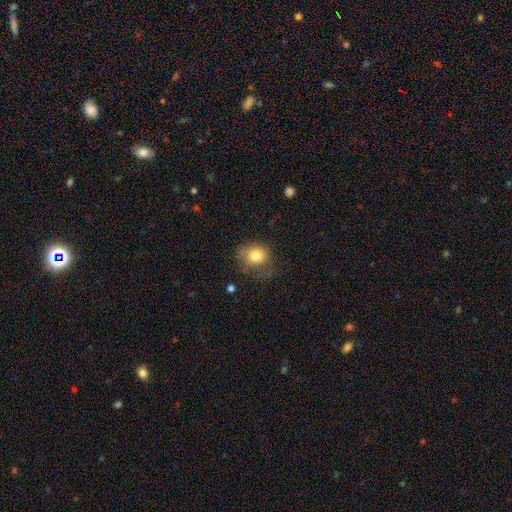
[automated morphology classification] The model was most divided on "merging": none: 60%, minor disturbance: 26%, major disturbance: 12%, merger: 2%. More confident: smooth or featured — smooth (79%); how rounded — round (70%).